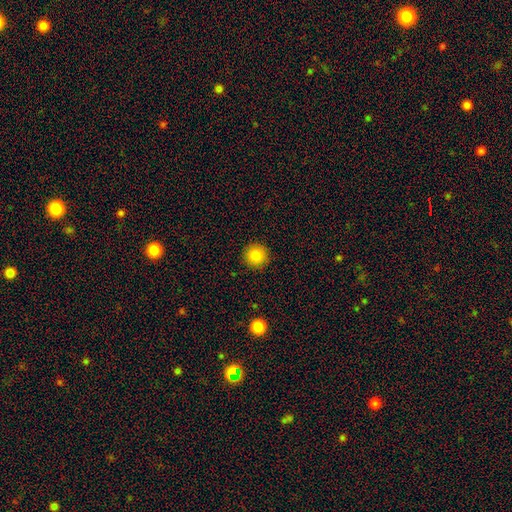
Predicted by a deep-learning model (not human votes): Q: Smooth or featured?
A: smooth (84%); runner-up: star or artifact (10%)
Q: How rounded?
A: round (96%); runner-up: in between (3%)
Q: Merging?
A: none (92%); runner-up: minor disturbance (5%)